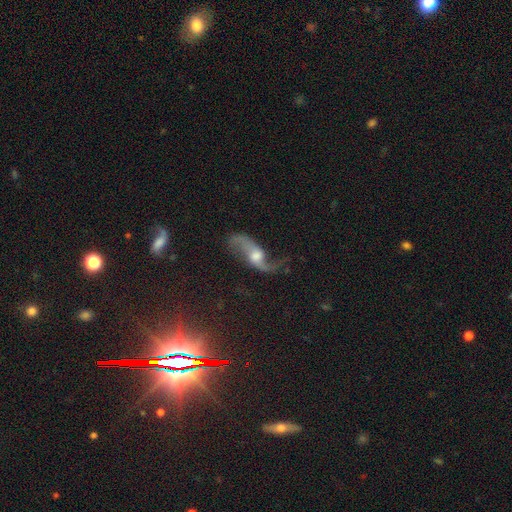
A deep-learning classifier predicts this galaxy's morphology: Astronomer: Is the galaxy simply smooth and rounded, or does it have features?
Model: featured or disk — 85%.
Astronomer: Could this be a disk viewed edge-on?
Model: no — 92%.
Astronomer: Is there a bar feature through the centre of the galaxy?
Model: no — 57%.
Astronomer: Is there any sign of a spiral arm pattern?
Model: yes — 95%.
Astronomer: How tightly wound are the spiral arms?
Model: loose — 86%.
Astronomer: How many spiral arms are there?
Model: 2 — 93%.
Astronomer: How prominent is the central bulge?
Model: moderate — 57%.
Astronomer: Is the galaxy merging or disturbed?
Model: none — 67%.